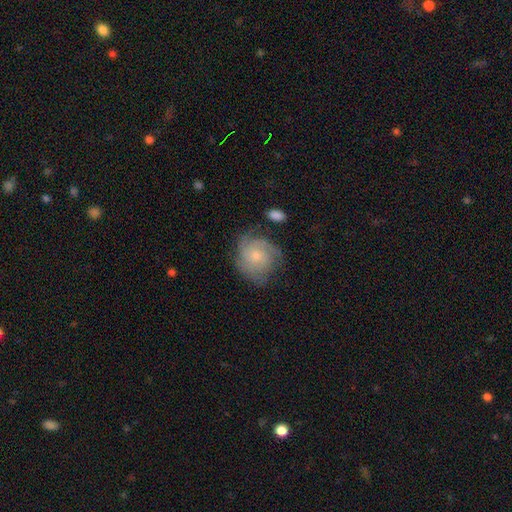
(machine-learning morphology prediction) The model was most divided on "bulge size": small: 47%, moderate: 45%, none: 4%, large: 3%, dominant: 1%. Remaining: edge-on disk — no (97%); spiral arms — yes (88%); bar — no (77%); merging — none (63%); smooth or featured — featured or disk (61%); spiral winding — tight (55%); spiral arm count — can't tell (34%).